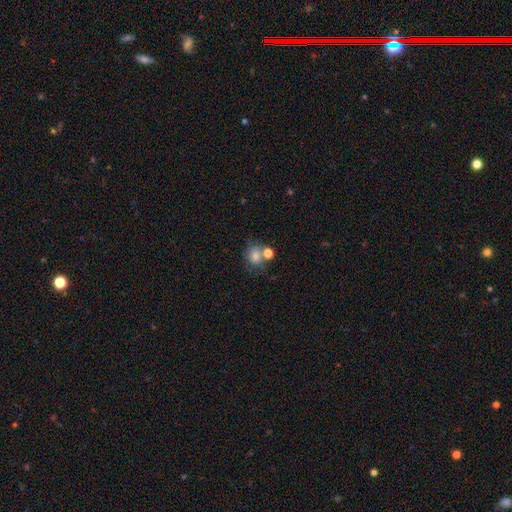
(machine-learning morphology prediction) The model was most divided on "merging": none: 49%, merger: 29%, minor disturbance: 15%, major disturbance: 8%. More confident: smooth or featured — smooth (76%); how rounded — round (69%).